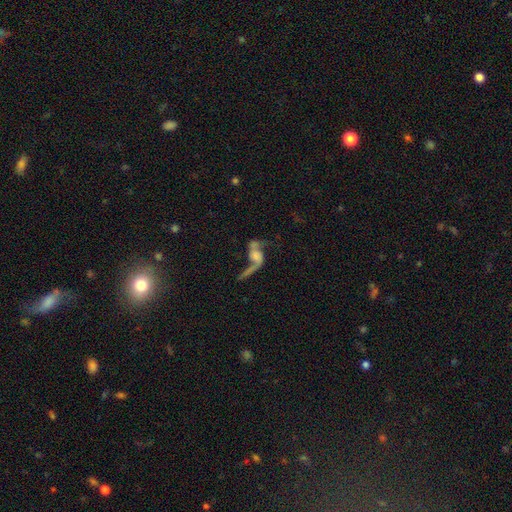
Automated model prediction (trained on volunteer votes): Smooth or featured?
  - featured or disk: 77% *
  - smooth: 12%
  - star or artifact: 10%
Edge-on disk?
  - no: 91% *
  - yes: 9%
Bar?
  - no: 58% *
  - weak: 30%
  - strong: 12%
Spiral arms?
  - yes: 86% *
  - no: 14%
Spiral winding?
  - loose: 88% *
  - medium: 10%
  - tight: 3%
Spiral arm count?
  - 2: 86% *
  - 1: 8%
  - can't tell: 3%
  - 3: 1%
  - 4: 1%
  - more than 4: 1%
Bulge size?
  - none: 37% *
  - moderate: 23%
  - small: 22%
  - large: 14%
  - dominant: 4%
Merging?
  - none: 44% *
  - major disturbance: 28%
  - minor disturbance: 14%
  - merger: 14%